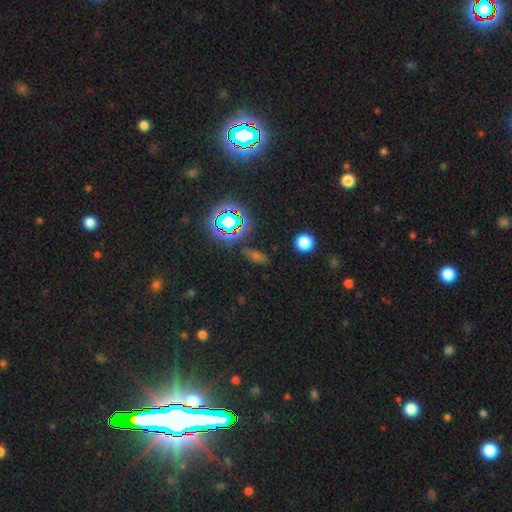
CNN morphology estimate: smooth_or_featured: star or artifact (p=0.49) [alt: smooth p=0.38]